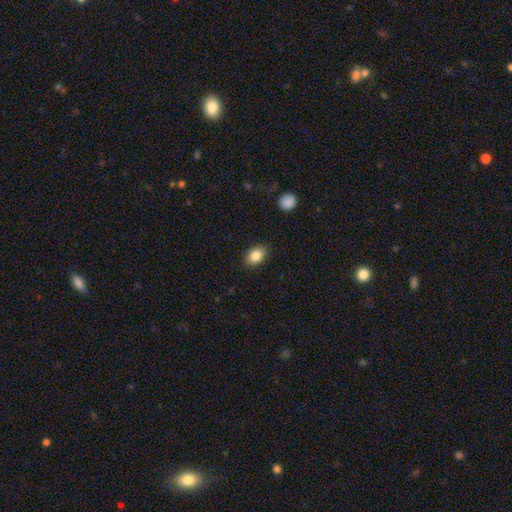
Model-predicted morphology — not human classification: A smooth galaxy with no disk features (85%) that is in between round and cigar-shaped (80%).

Vote fractions:
- Smooth or featured? smooth: 85% / star or artifact: 8% / featured or disk: 7%
- How rounded? in between: 80% / round: 19% / cigar-shaped: 1%
- Merging? none: 87% / minor disturbance: 10% / major disturbance: 3% / merger: 1%